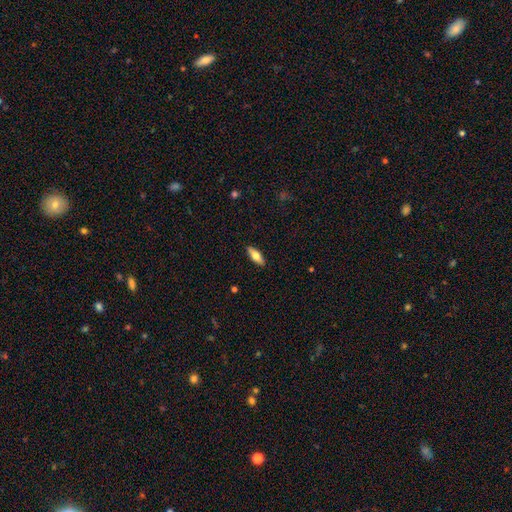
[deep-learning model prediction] Smooth or featured?
  - smooth: 63% *
  - featured or disk: 31%
  - star or artifact: 6%
How rounded?
  - in between: 64% *
  - cigar-shaped: 33%
  - round: 3%
Merging?
  - none: 90% *
  - minor disturbance: 8%
  - major disturbance: 2%
  - merger: 1%